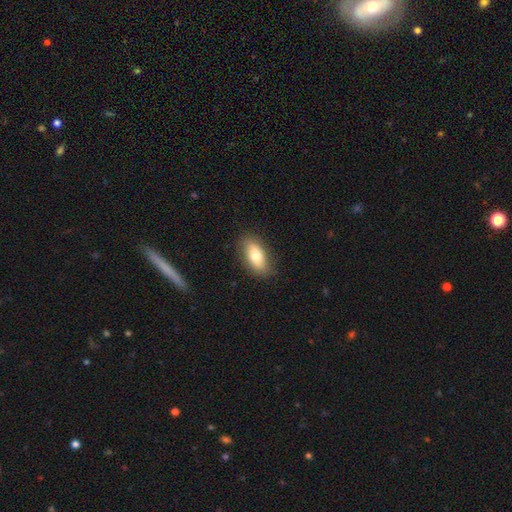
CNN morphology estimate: This appears to be a smooth galaxy with no disk features (73%) that is in between round and cigar-shaped (87%). Merging: none (85%).